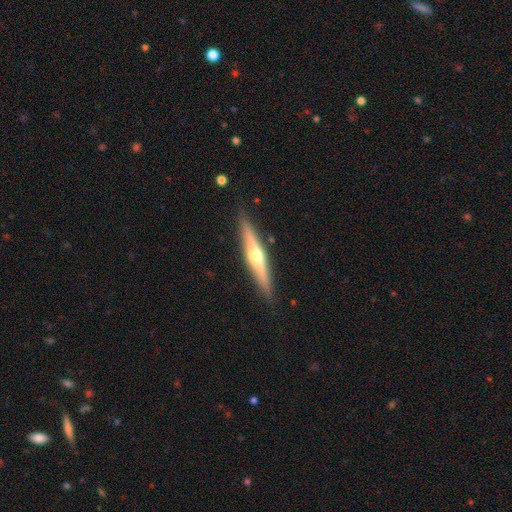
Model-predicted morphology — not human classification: Smooth or featured? featured or disk (69%)
Edge-on disk? yes (97%)
Edge-on bulge? rounded (92%)
Merging? none (89%)